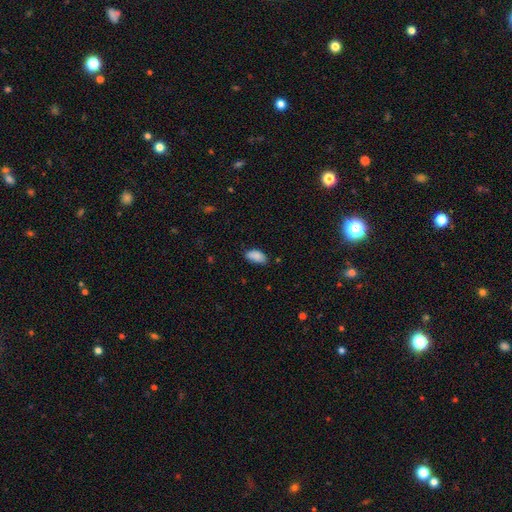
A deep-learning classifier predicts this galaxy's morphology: The model was most divided on "merging": none: 71%, minor disturbance: 24%, major disturbance: 4%, merger: 2%. More confident: how rounded — in between (93%); smooth or featured — smooth (87%).